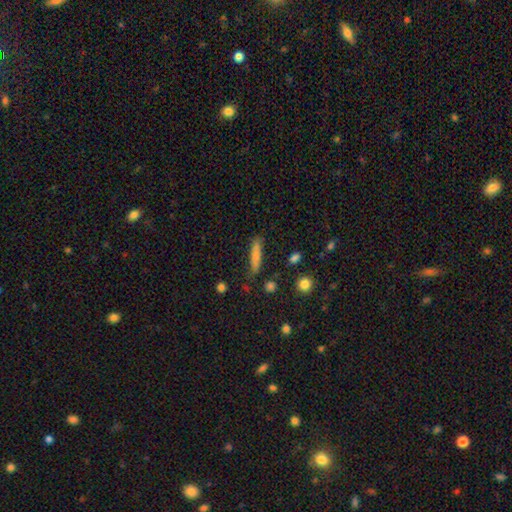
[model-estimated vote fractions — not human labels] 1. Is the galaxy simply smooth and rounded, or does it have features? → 75% smooth, 17% featured or disk, 8% star or artifact.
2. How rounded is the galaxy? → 82% cigar-shaped, 16% in between, 2% round.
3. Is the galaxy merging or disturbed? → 75% none, 16% minor disturbance, 4% merger, 4% major disturbance.